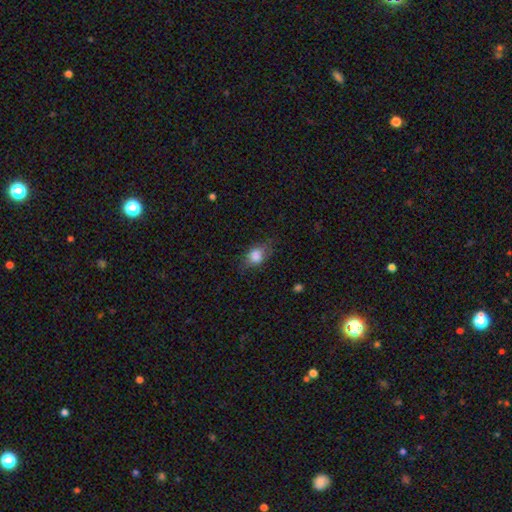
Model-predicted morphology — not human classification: The model was most divided on "how rounded": in between: 66%, round: 32%, cigar-shaped: 3%. More confident: smooth or featured — smooth (81%); merging — none (69%).